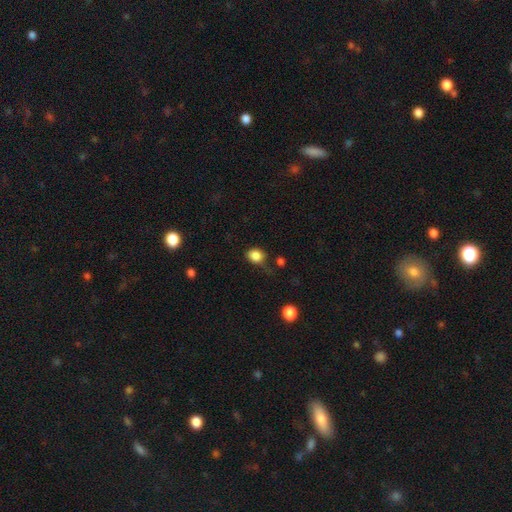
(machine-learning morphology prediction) Smooth or featured? Predicted: smooth (p=0.85). How rounded? Predicted: round (p=0.59). Merging? Predicted: none (p=0.53).